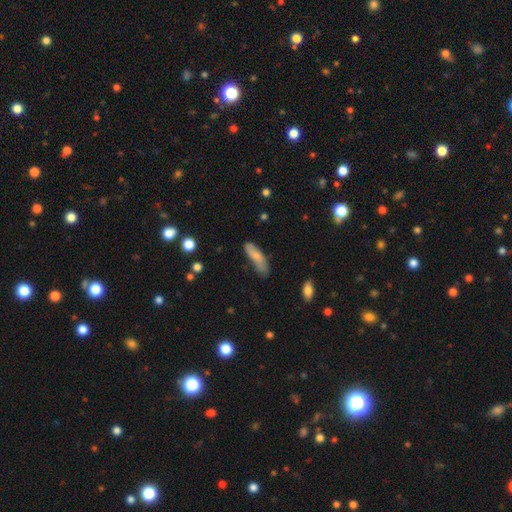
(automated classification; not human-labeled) smooth 77%, featured or disk 17%, star or artifact 6%. Down the decision tree: how rounded — cigar-shaped (56%); merging — none (57%).